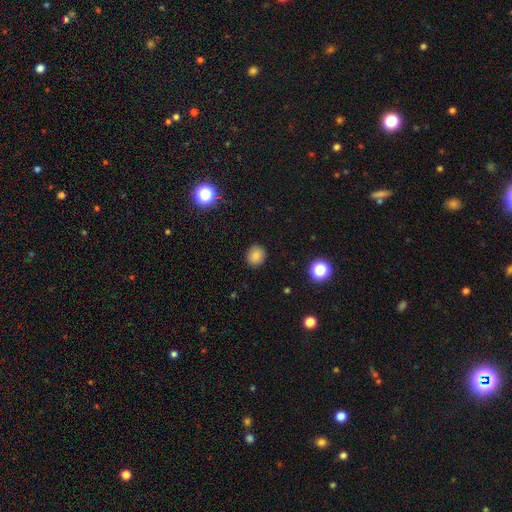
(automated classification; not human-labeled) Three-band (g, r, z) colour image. It shows a smooth galaxy with no disk features (80%) that is round (80%). Merging: none (89%).